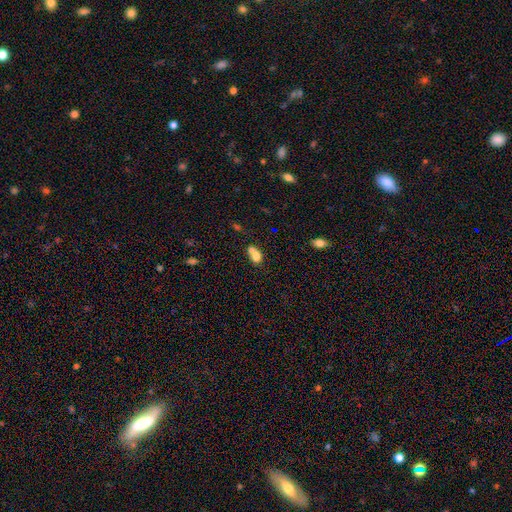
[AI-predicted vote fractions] Smooth or featured? Predicted: smooth (p=0.73). How rounded? Predicted: in between (p=0.53). Merging? Predicted: merger (p=0.60).